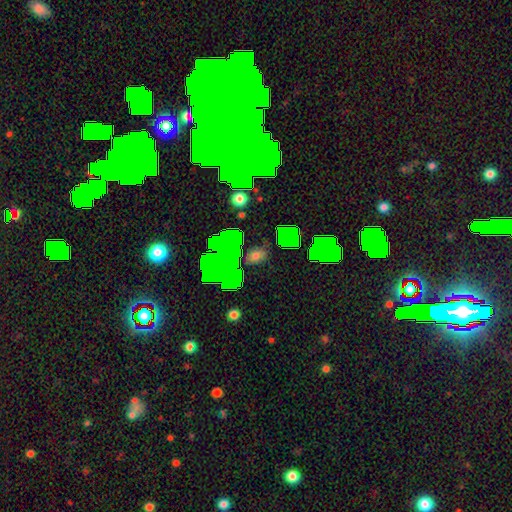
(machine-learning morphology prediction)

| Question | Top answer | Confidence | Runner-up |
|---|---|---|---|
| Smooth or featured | star or artifact | 43% | smooth (35%) |